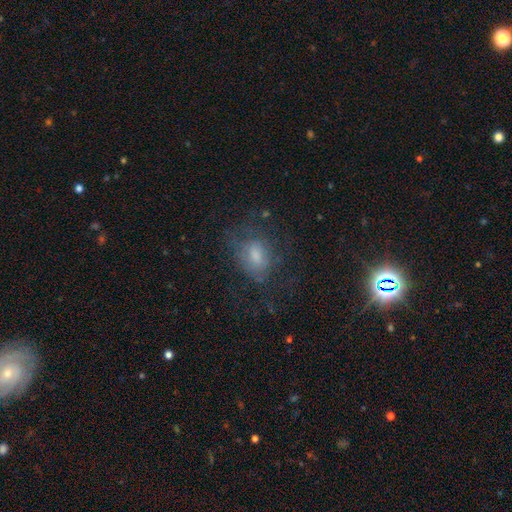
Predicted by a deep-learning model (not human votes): Morphology: type=smooth (56%); roundness=in between (73%); merging=none (52%).